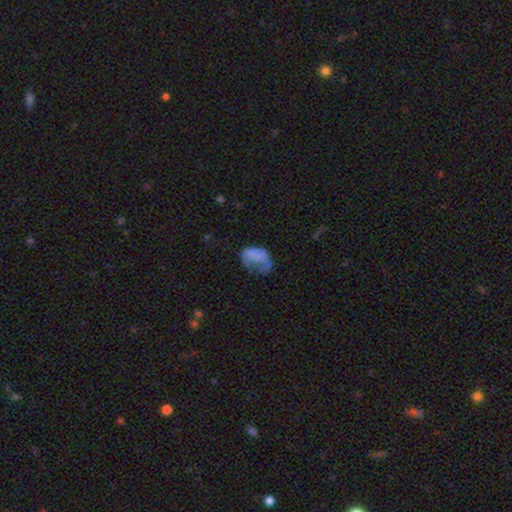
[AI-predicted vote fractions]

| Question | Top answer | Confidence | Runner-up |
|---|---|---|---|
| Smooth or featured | smooth | 59% | featured or disk (30%) |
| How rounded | in between | 80% | round (19%) |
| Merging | major disturbance | 46% | minor disturbance (27%) |